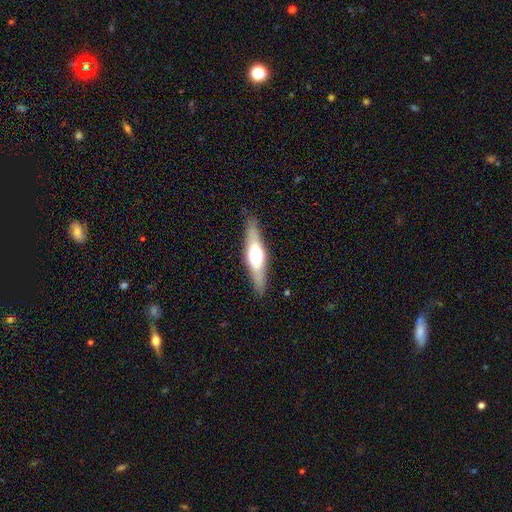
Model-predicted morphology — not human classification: smooth_or_featured: featured or disk (p=0.60) [alt: smooth p=0.34]
disk_edge_on: yes (p=0.93) [alt: no p=0.07]
edge_on_bulge: rounded (p=0.92) [alt: boxy p=0.05]
merging: none (p=0.88) [alt: minor disturbance p=0.09]